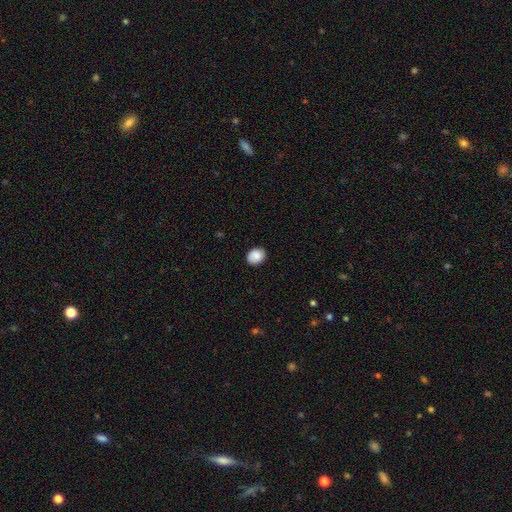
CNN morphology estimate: smooth-or-featured: smooth: 86% | star or artifact: 8% | featured or disk: 7%
  how-rounded: round: 52% | in between: 47% | cigar-shaped: 1%
  merging: none: 83% | minor disturbance: 13% | major disturbance: 3% | merger: 1%